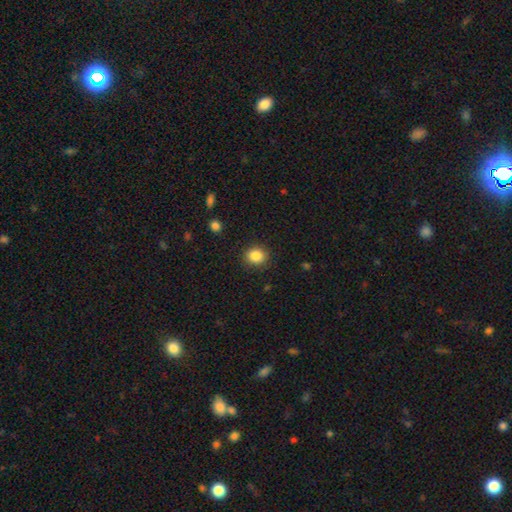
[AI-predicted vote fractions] This is clearly a smooth galaxy (85%). How rounded: likely round (78%). Merging: clearly none (89%).